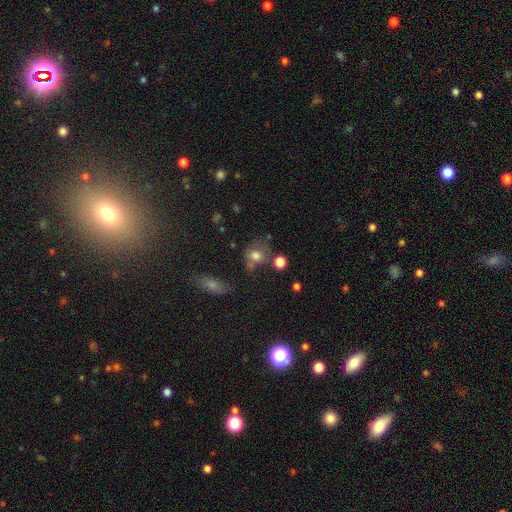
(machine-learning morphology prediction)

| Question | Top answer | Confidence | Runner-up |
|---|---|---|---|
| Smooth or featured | smooth | 75% | star or artifact (13%) |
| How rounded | round | 62% | in between (36%) |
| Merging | none | 51% | minor disturbance (21%) |